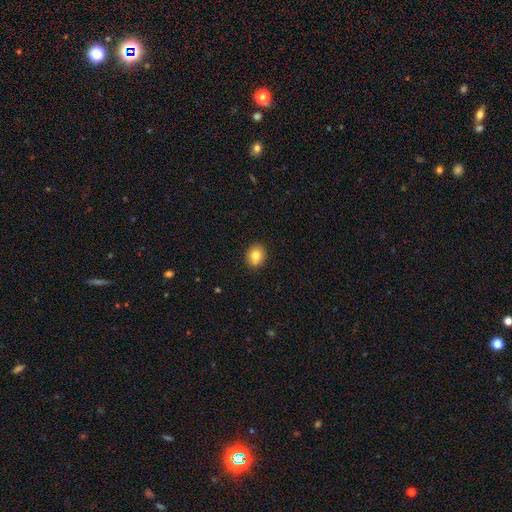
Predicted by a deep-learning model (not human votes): A smooth galaxy with no disk features (80%) that is round (68%).

Vote fractions:
- Smooth or featured? smooth: 80% / star or artifact: 10% / featured or disk: 10%
- How rounded? round: 68% / in between: 31% / cigar-shaped: 1%
- Merging? none: 88% / minor disturbance: 8% / major disturbance: 2% / merger: 2%